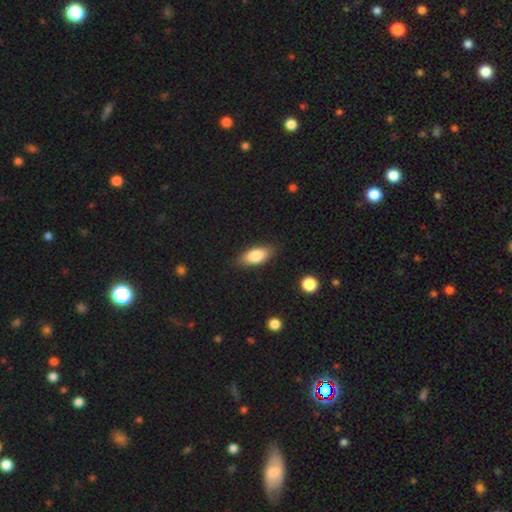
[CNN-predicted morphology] Smooth or featured? Predicted: smooth (p=0.80). How rounded? Predicted: in between (p=0.85). Merging? Predicted: none (p=0.85).